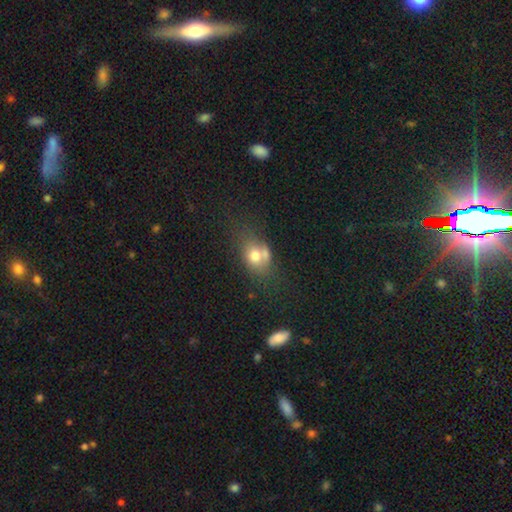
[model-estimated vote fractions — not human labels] Smooth or featured: smooth — 70% (featured or disk — 19%)
How rounded: in between — 63% (round — 35%)
Merging: none — 39% (merger — 31%)